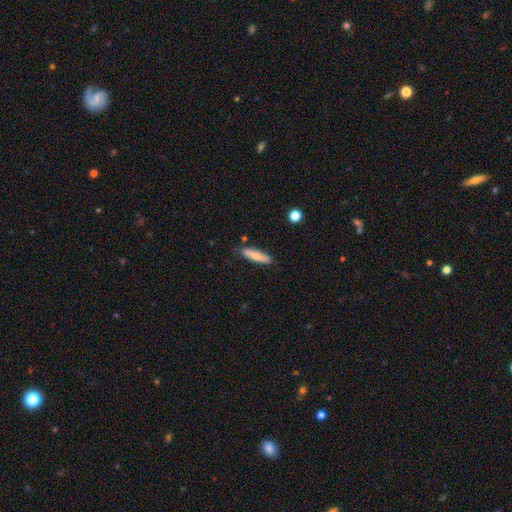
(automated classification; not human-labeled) smooth_or_featured: smooth (p=0.71) [alt: featured or disk p=0.22]
how_rounded: cigar-shaped (p=0.79) [alt: in between p=0.19]
merging: none (p=0.82) [alt: minor disturbance p=0.13]